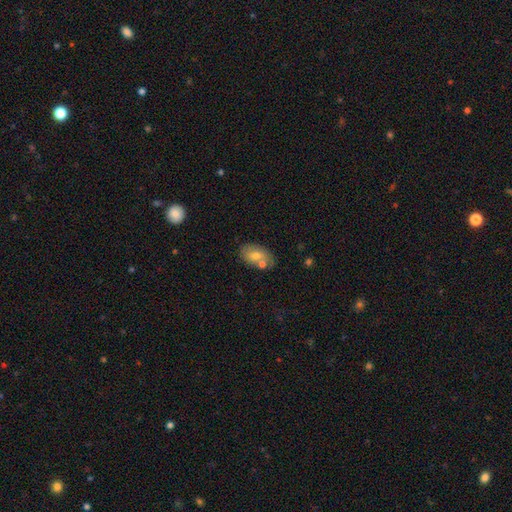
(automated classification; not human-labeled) Smooth or featured: smooth — 68% (featured or disk — 24%)
How rounded: in between — 89% (round — 10%)
Merging: none — 61% (merger — 20%)